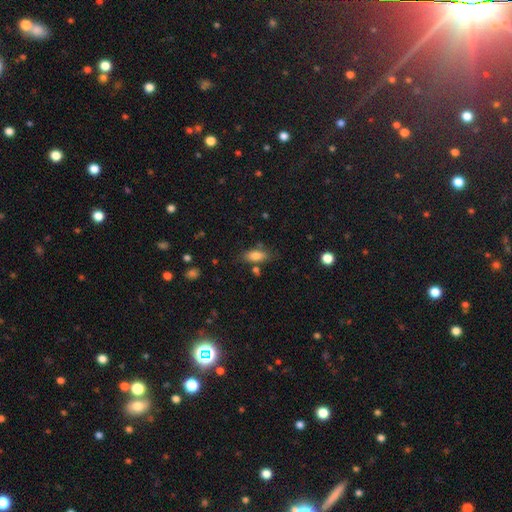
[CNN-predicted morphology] Smooth or featured? Predicted: smooth (p=0.80). How rounded? Predicted: in between (p=0.79). Merging? Predicted: none (p=0.72).